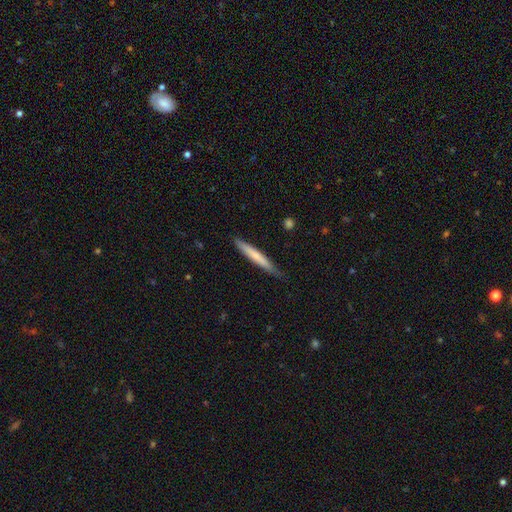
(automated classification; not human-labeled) Morphology: type=smooth (65%); roundness=cigar-shaped (96%); merging=none (81%).